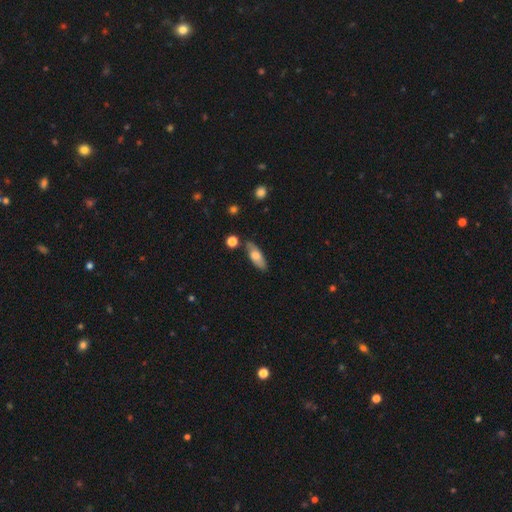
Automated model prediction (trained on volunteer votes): smooth 66%, featured or disk 27%, star or artifact 7%. Down the decision tree: how rounded — in between (69%); merging — none (76%).